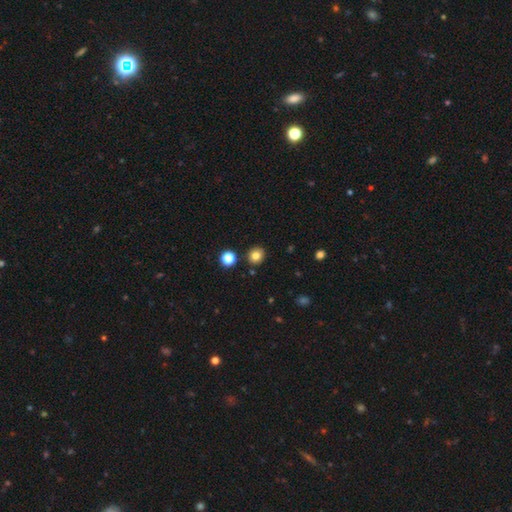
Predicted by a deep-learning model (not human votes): This is clearly a smooth galaxy (81%). How rounded: clearly round (87%). Merging: clearly none (89%).